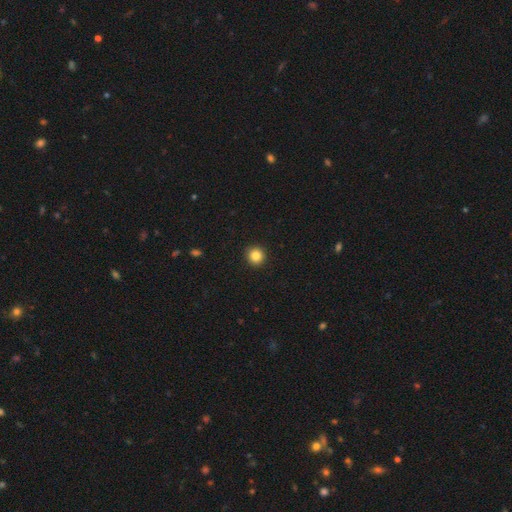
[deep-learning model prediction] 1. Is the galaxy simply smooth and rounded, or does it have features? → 85% smooth, 11% star or artifact, 5% featured or disk.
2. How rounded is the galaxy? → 95% round, 4% in between, 1% cigar-shaped.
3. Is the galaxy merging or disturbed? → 93% none, 4% minor disturbance, 2% major disturbance, 1% merger.